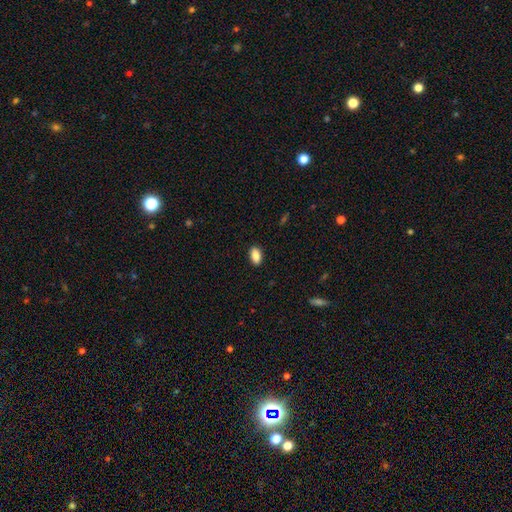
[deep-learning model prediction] Overall: smooth (88%). How rounded: in between (91%). Merging: none (89%).